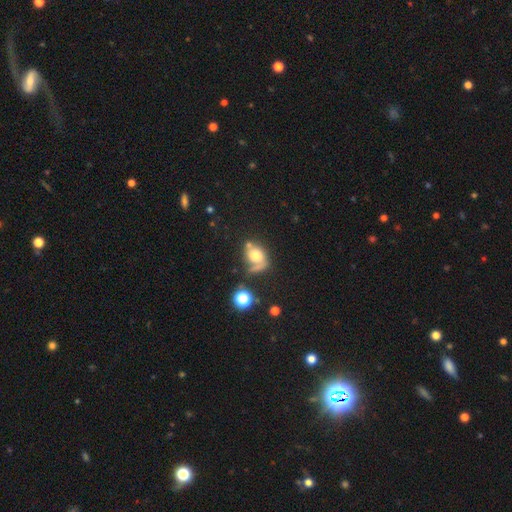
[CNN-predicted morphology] A smooth galaxy with no disk features (61%) that is round (49%, tied with in between).

Vote fractions:
- Smooth or featured? smooth: 61% / featured or disk: 27% / star or artifact: 12%
- How rounded? round: 49% (tied) / in between: 49% (tied) / cigar-shaped: 2%
- Merging? none: 33% / merger: 25% / major disturbance: 22% / minor disturbance: 20%